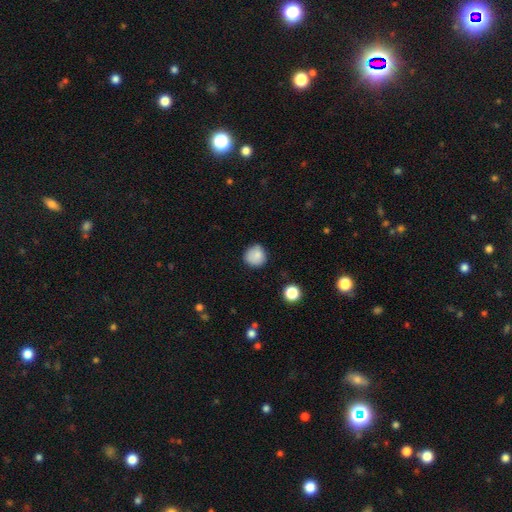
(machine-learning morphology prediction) smooth-or-featured: smooth: 84% | star or artifact: 9% | featured or disk: 7%
  how-rounded: round: 91% | in between: 8% | cigar-shaped: 1%
  merging: none: 77% | minor disturbance: 17% | major disturbance: 3% | merger: 2%